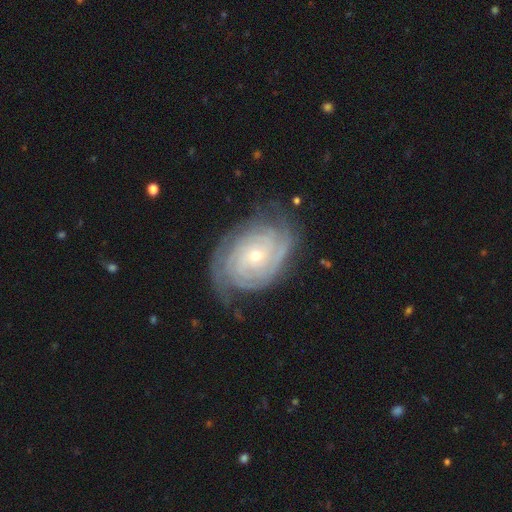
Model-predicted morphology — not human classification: smooth-or-featured: featured or disk: 86% | smooth: 8% | star or artifact: 6%
  disk-edge-on: no: 96% | yes: 4%
    bar: no: 77% | weak: 18% | strong: 5%
    has-spiral-arms: yes: 97% | no: 3%
      spiral-winding: tight: 81% | medium: 16% | loose: 3%
      spiral-arm-count: can't tell: 31% | 4: 22% | 3: 17% | 2: 15% | more than 4: 10% | 1: 6%
    bulge-size: small: 73% | moderate: 23% | large: 1% | none: 1% | dominant: 1%
  merging: none: 73% | minor disturbance: 19% | major disturbance: 7% | merger: 1%